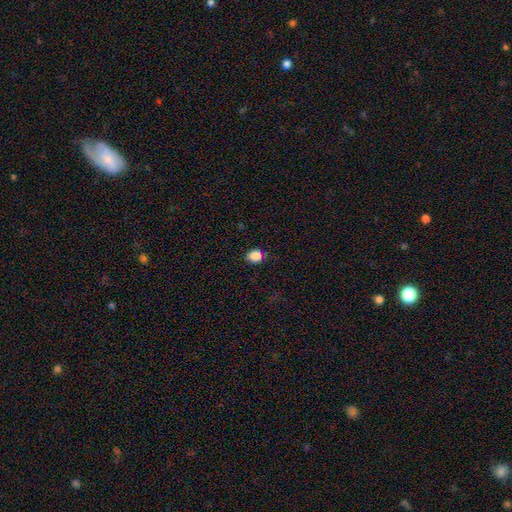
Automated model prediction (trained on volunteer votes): smooth 85%, star or artifact 11%, featured or disk 3%. Down the decision tree: how rounded — round (63%); merging — none (80%).